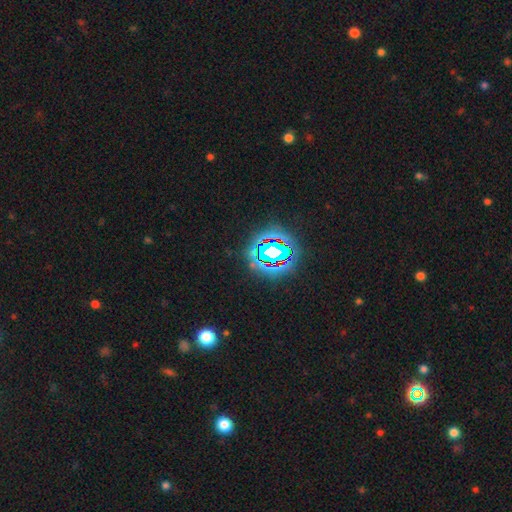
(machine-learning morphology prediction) Smooth or featured? Predicted: star or artifact (p=0.80).